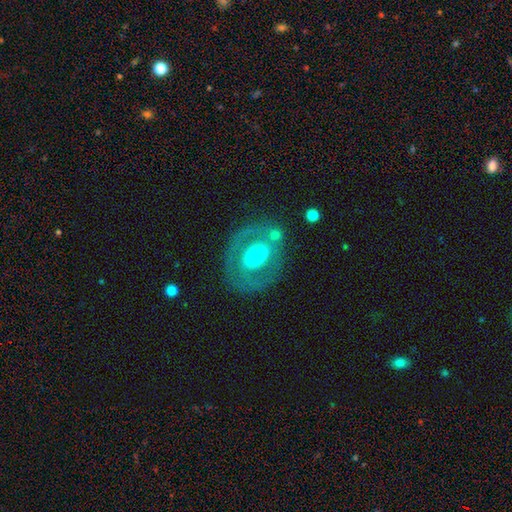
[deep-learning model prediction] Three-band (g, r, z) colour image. It shows a featured or disk galaxy (55%) with no bar (77%), no spiral arms (77%) and a moderate central bulge (67%). Merging: none (70%).